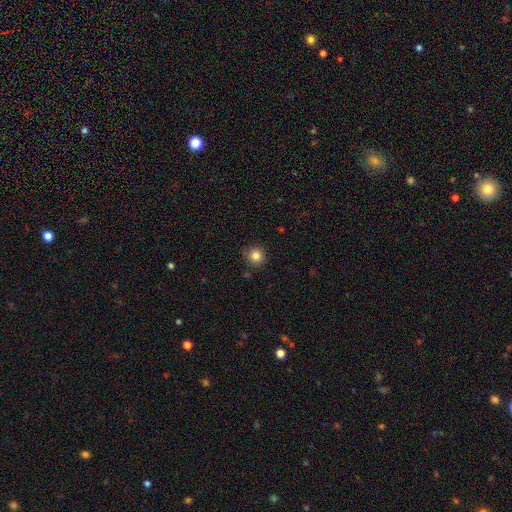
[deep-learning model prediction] Smooth or featured: smooth — 84% (star or artifact — 11%)
How rounded: round — 92% (in between — 7%)
Merging: none — 87% (minor disturbance — 9%)